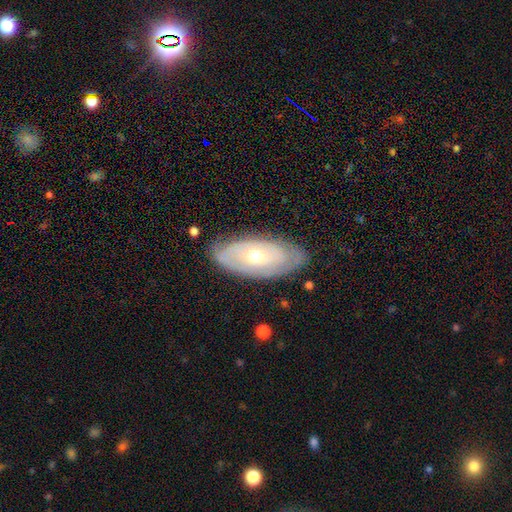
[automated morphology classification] Smooth or featured: featured or disk — 64% (smooth — 30%)
Edge-on disk: no — 88% (yes — 12%)
Bar: no — 82% (weak — 14%)
Spiral arms: yes — 59% (no — 41%)
Bulge size: small — 49% (moderate — 48%)
Merging: none — 77% (minor disturbance — 17%)